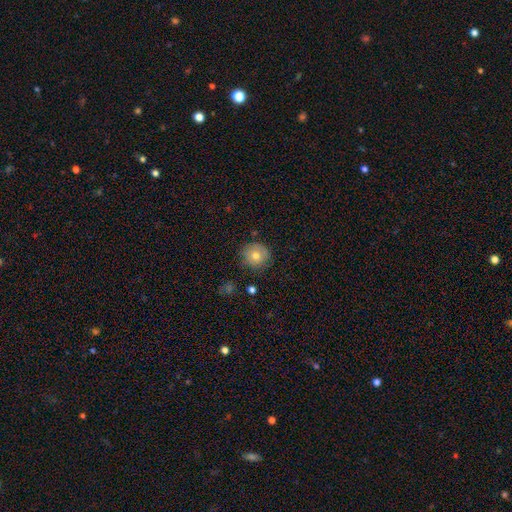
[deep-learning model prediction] This appears to be a smooth galaxy with no disk features (74%) that is round (91%). Merging: none (81%).